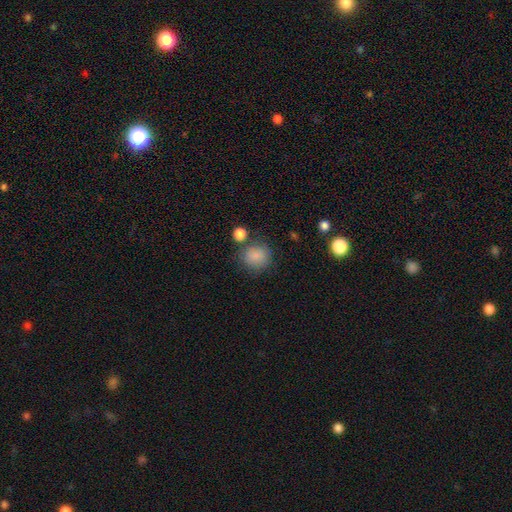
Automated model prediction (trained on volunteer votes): smooth_or_featured: smooth (p=0.84) [alt: star or artifact p=0.10]
how_rounded: round (p=0.85) [alt: in between p=0.14]
merging: none (p=0.74) [alt: minor disturbance p=0.13]